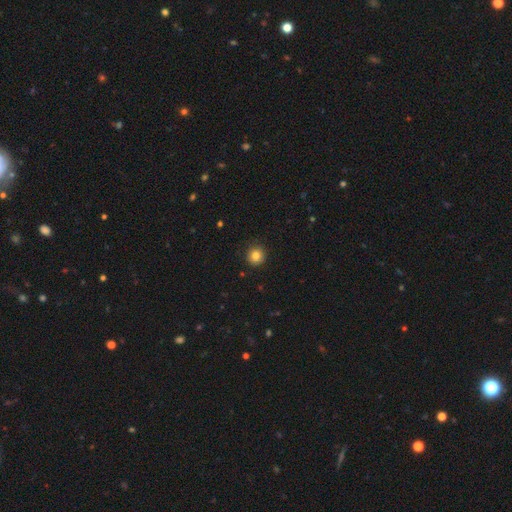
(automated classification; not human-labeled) smooth 82%, star or artifact 11%, featured or disk 7%. Down the decision tree: how rounded — round (95%); merging — none (91%).